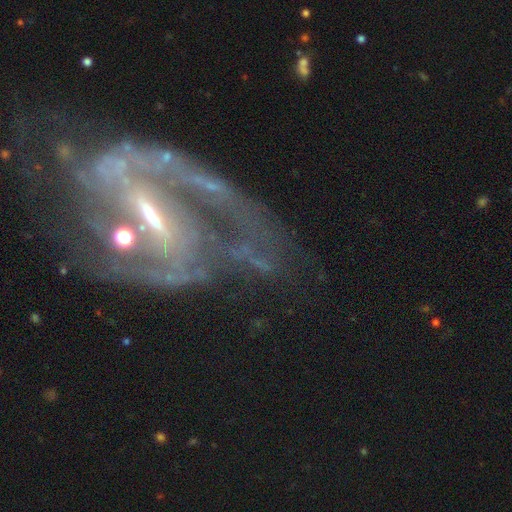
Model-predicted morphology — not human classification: This appears to be a featured or disk galaxy (86%) with a strong bar (48%), 2 (63%) medium (45%) spiral arms (89%) and a small central bulge (50%). Merging: none (51%).